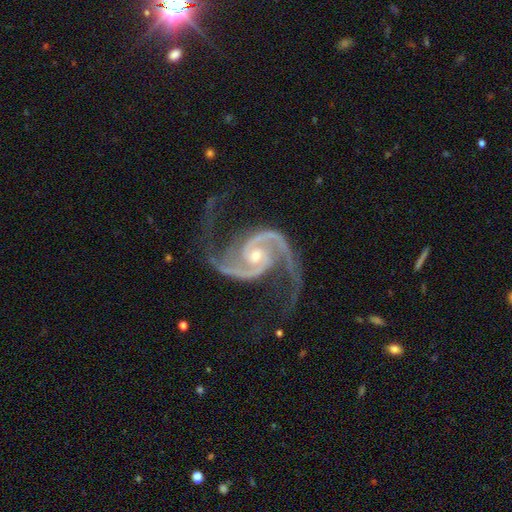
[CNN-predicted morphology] Smooth or featured? Predicted: featured or disk (p=0.94). Edge-on disk? Predicted: no (p=0.98). Bar? Predicted: no (p=0.56). Spiral arms? Predicted: yes (p=0.99). Spiral winding? Predicted: medium (p=0.63). Spiral arm count? Predicted: 2 (p=0.92). Bulge size? Predicted: moderate (p=0.48). Merging? Predicted: none (p=0.70).